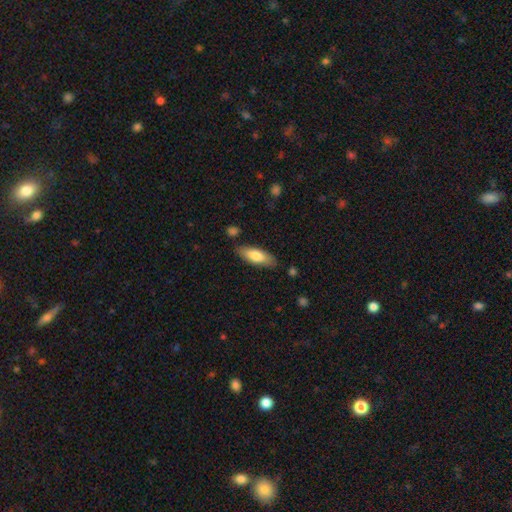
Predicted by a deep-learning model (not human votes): smooth 77%, featured or disk 18%, star or artifact 5%. Down the decision tree: how rounded — in between (64%); merging — none (83%).